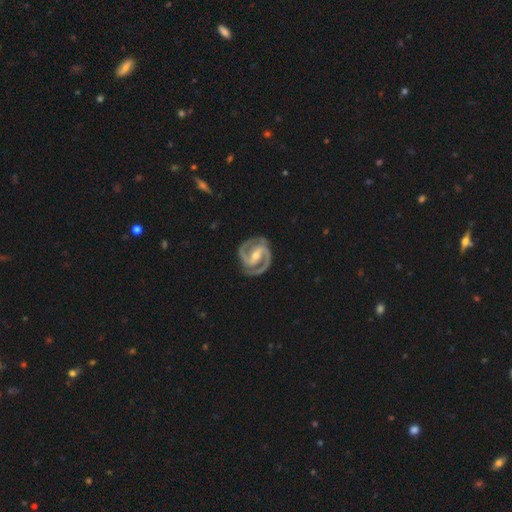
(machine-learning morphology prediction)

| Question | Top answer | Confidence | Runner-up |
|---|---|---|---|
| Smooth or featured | featured or disk | 94% | star or artifact (3%) |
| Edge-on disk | no | 98% | yes (2%) |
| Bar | strong | 56% | weak (31%) |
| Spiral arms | yes | 99% | no (1%) |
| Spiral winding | medium | 51% | tight (43%) |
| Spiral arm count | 2 | 93% | 3 (3%) |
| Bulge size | moderate | 52% | small (44%) |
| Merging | none | 83% | minor disturbance (12%) |